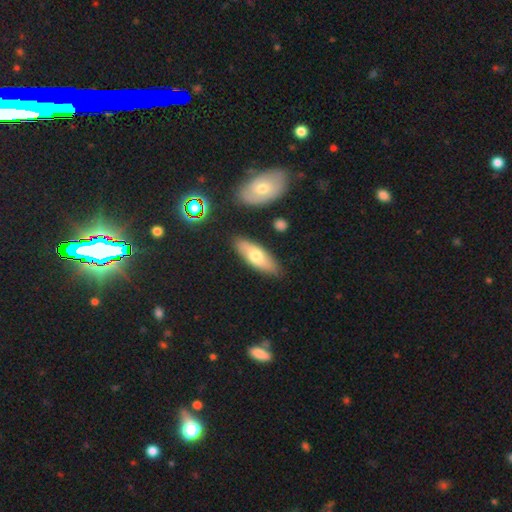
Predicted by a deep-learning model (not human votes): Morphology: type=smooth (62%); roundness=in between (62%); merging=none (84%).